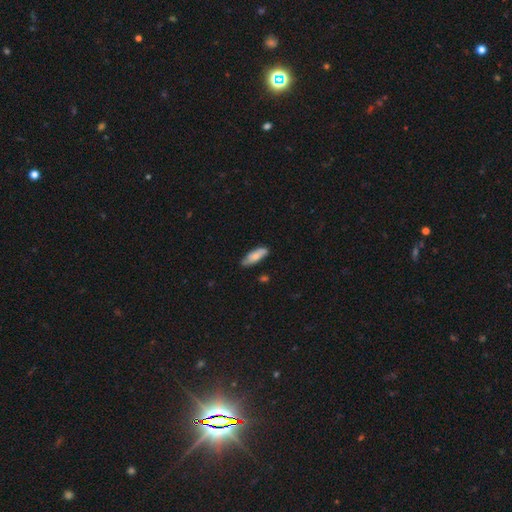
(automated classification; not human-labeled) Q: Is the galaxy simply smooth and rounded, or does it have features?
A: smooth — 74%.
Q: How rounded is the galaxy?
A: in between — 58%.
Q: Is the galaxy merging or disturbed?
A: none — 77%.